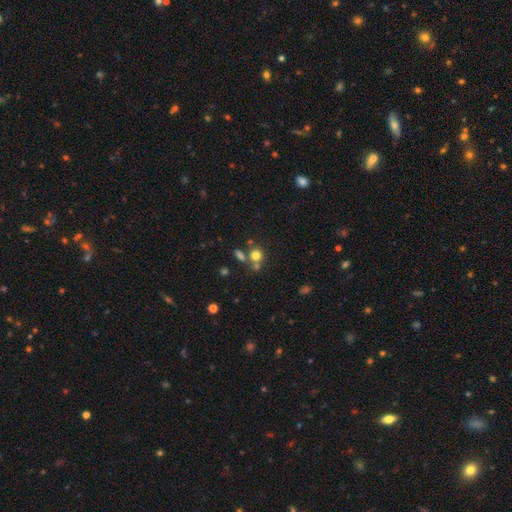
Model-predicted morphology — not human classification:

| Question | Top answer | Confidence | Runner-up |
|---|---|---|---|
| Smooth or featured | smooth | 73% | star or artifact (17%) |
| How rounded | round | 80% | in between (19%) |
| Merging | none | 58% | merger (27%) |